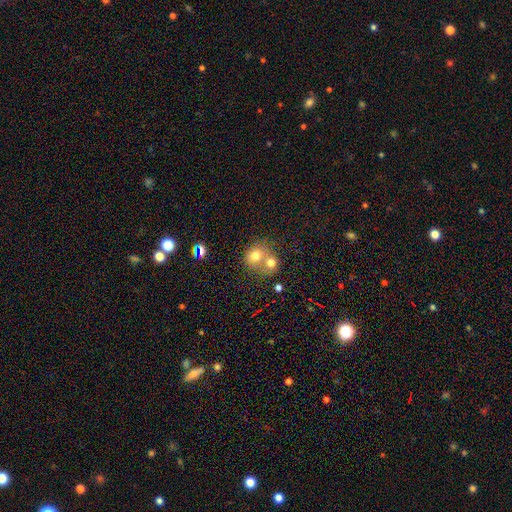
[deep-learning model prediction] This is likely a smooth galaxy (71%). How rounded: likely round (75%). Merging: possibly merger (59%).